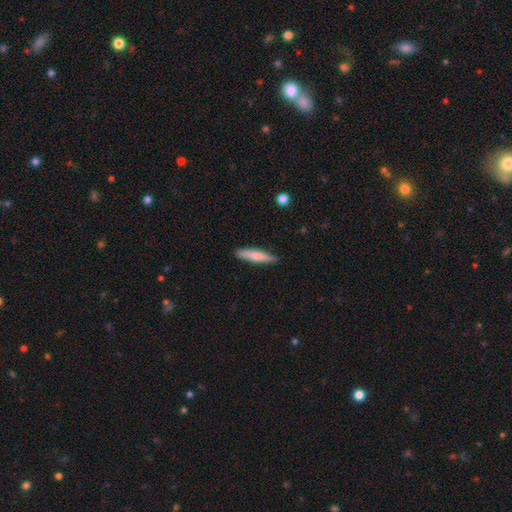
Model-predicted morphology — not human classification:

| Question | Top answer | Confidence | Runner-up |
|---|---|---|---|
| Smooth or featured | smooth | 74% | featured or disk (21%) |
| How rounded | cigar-shaped | 84% | in between (14%) |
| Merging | none | 86% | minor disturbance (11%) |